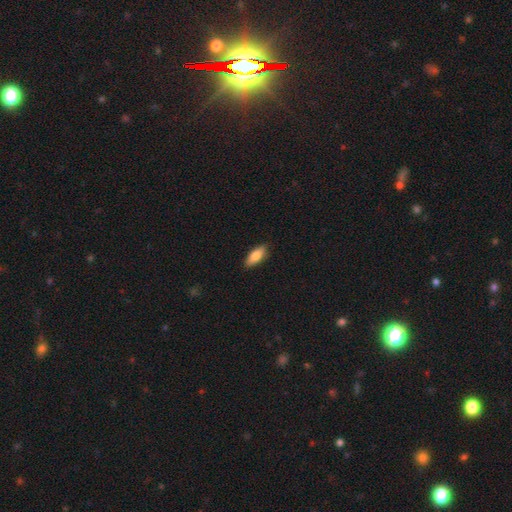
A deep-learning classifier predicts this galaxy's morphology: A smooth galaxy with no disk features (81%) that is in between round and cigar-shaped (76%). Merging: none (87%).